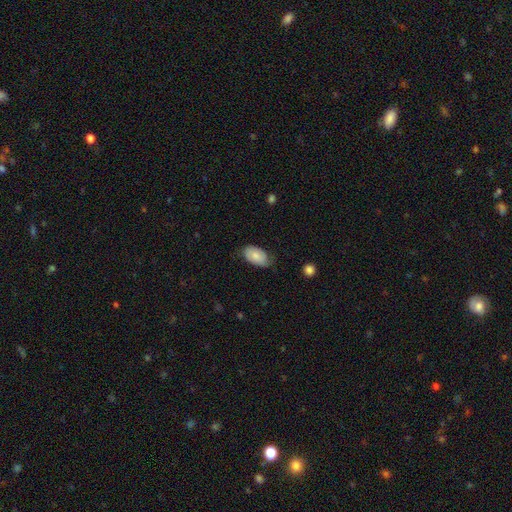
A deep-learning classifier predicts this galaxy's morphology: Smooth or featured?
  - smooth: 79% *
  - featured or disk: 15%
  - star or artifact: 6%
How rounded?
  - in between: 94% *
  - round: 4%
  - cigar-shaped: 1%
Merging?
  - none: 66% *
  - minor disturbance: 28%
  - major disturbance: 5%
  - merger: 1%